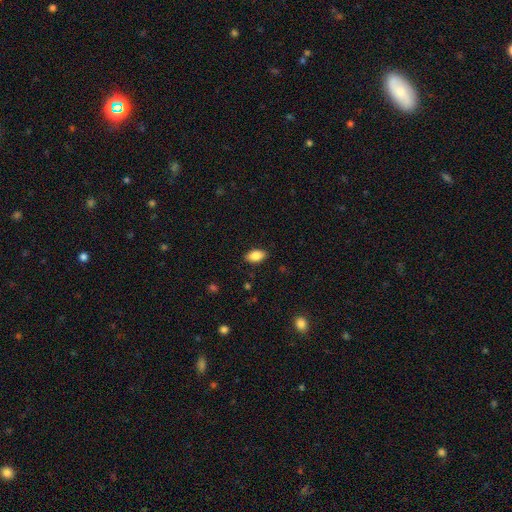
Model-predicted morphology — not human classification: This appears to be a smooth galaxy with no disk features (86%) that is in between round and cigar-shaped (92%). Merging: none (87%).